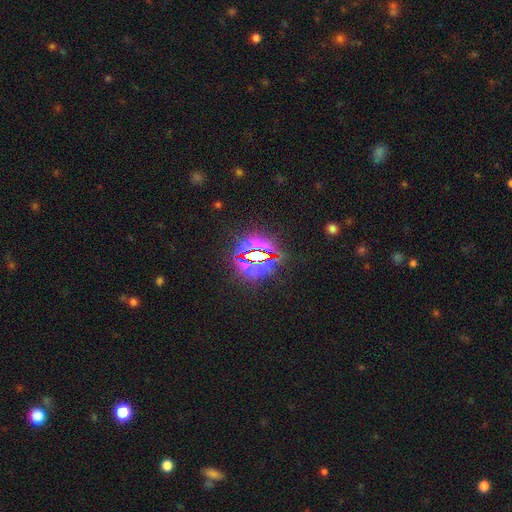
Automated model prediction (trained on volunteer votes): Q: Smooth or featured?
A: star or artifact (81%); runner-up: smooth (11%)